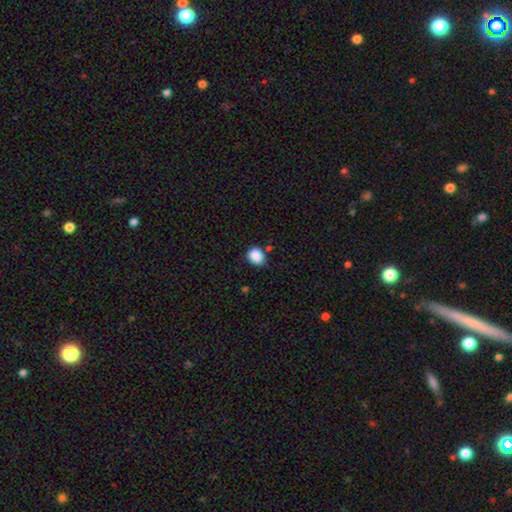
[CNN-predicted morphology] Smooth or featured? Predicted: smooth (p=0.88). How rounded? Predicted: round (p=0.52). Merging? Predicted: none (p=0.78).